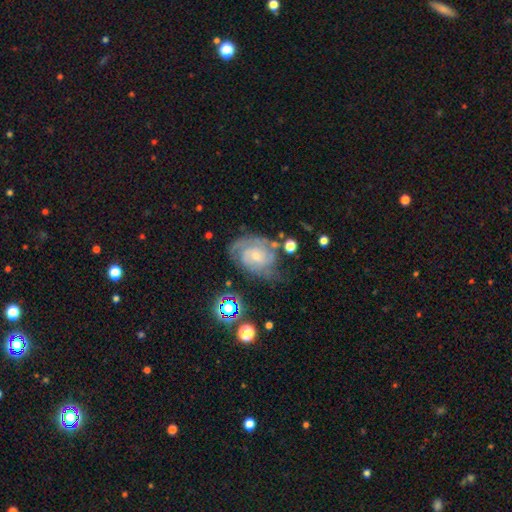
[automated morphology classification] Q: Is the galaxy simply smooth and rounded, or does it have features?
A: featured or disk — 78%.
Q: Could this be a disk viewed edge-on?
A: no — 97%.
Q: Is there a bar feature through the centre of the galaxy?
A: no — 67%.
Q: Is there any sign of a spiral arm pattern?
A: yes — 92%.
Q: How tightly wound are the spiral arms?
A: tight — 55%.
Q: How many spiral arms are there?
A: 2 — 35%.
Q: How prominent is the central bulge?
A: small — 68%.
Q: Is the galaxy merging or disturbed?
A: none — 54%.